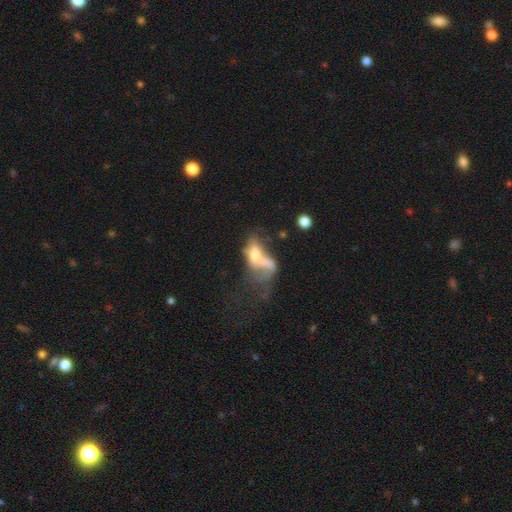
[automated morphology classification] Smooth or featured: featured or disk — 49% (smooth — 39%)
Merging: major disturbance — 42% (merger — 36%)